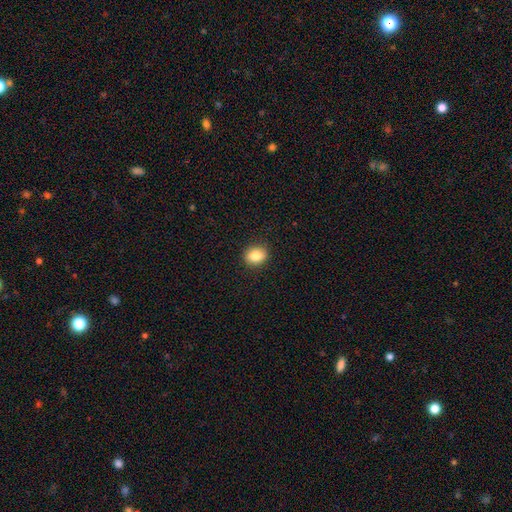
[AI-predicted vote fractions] smooth 84%, star or artifact 9%, featured or disk 7%. Down the decision tree: how rounded — round (53%); merging — none (90%).